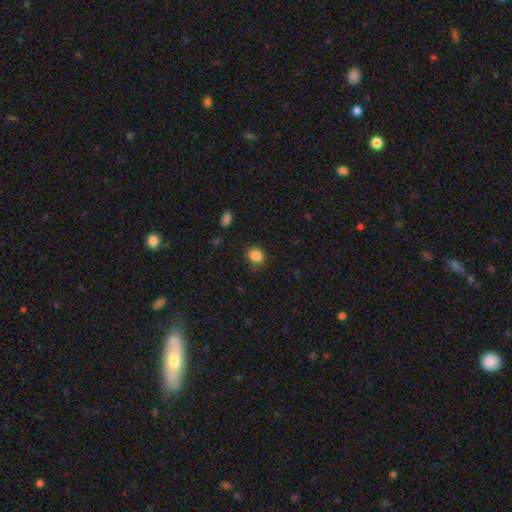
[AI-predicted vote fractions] Smooth or featured: smooth — 86% (star or artifact — 10%)
How rounded: round — 69% (in between — 30%)
Merging: none — 82% (minor disturbance — 13%)